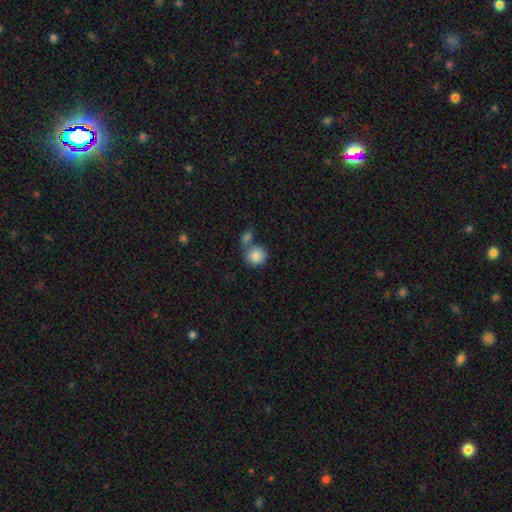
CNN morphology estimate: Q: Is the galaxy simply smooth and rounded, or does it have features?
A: smooth — 84%.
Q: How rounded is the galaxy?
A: round — 89%.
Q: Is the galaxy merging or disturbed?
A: none — 48%.